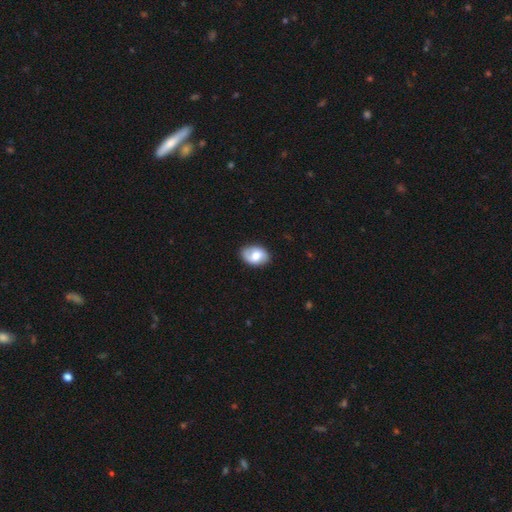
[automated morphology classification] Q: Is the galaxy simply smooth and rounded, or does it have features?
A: smooth — 57%.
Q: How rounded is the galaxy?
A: in between — 82%.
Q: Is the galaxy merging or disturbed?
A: none — 83%.